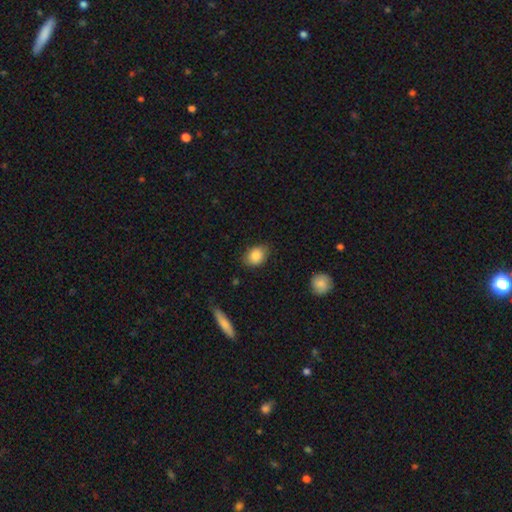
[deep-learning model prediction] The model was most divided on "how rounded": in between: 66%, round: 33%, cigar-shaped: 1%. More confident: smooth or featured — smooth (86%); merging — none (74%).